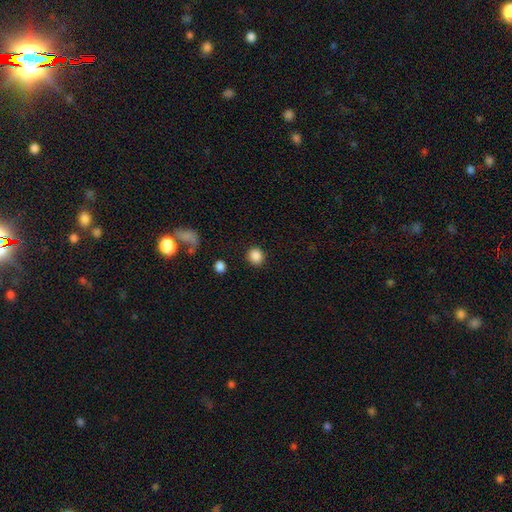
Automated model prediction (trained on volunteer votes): Morphology: type=smooth (87%); roundness=round (82%); merging=none (88%).